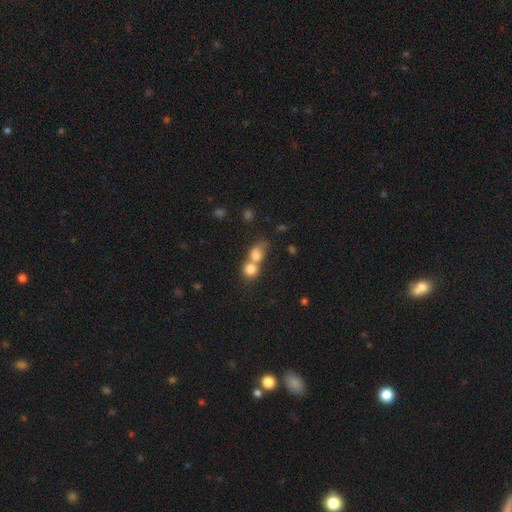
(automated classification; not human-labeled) A smooth galaxy with no disk features (76%) that is round (59%).

Vote fractions:
- Smooth or featured? smooth: 76% / featured or disk: 13% / star or artifact: 11%
- How rounded? round: 59% / in between: 38% / cigar-shaped: 2%
- Merging? merger: 67% / none: 22% / minor disturbance: 6% / major disturbance: 5%